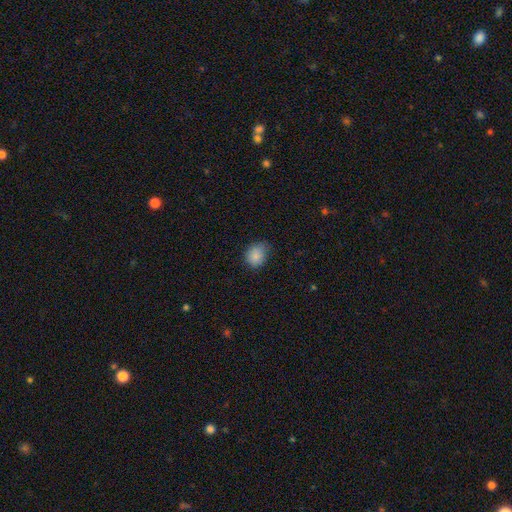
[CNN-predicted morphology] Smooth or featured? smooth (86%)
How rounded? round (55%)
Merging? none (68%)